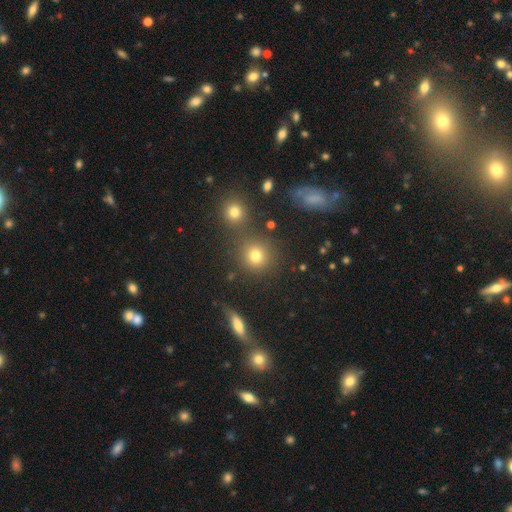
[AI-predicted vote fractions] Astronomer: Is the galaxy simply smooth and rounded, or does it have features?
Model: smooth — 76%.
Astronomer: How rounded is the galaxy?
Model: round — 89%.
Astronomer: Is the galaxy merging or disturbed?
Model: none — 74%.